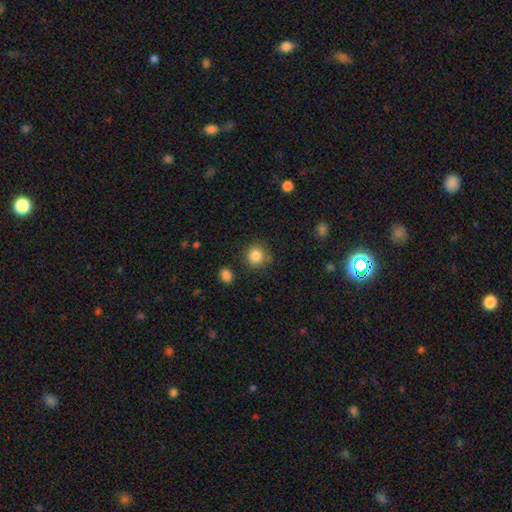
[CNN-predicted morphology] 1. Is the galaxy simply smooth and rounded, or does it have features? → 85% smooth, 10% star or artifact, 5% featured or disk.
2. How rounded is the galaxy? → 92% round, 8% in between, 1% cigar-shaped.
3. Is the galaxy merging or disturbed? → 83% none, 10% minor disturbance, 3% major disturbance, 3% merger.